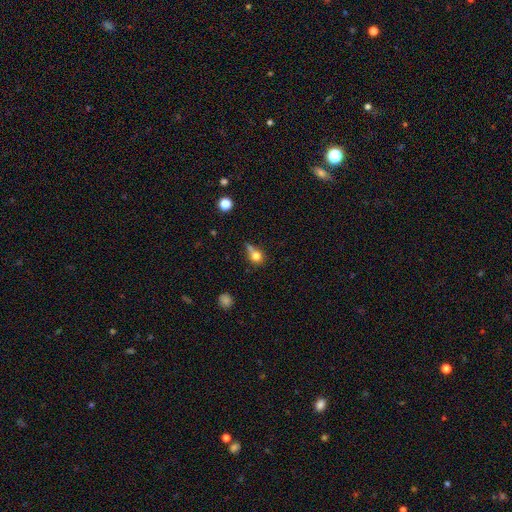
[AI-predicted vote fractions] The model was most divided on "merging": none: 44%, merger: 25%, minor disturbance: 20%, major disturbance: 11%. More confident: smooth or featured — smooth (76%); how rounded — round (75%).